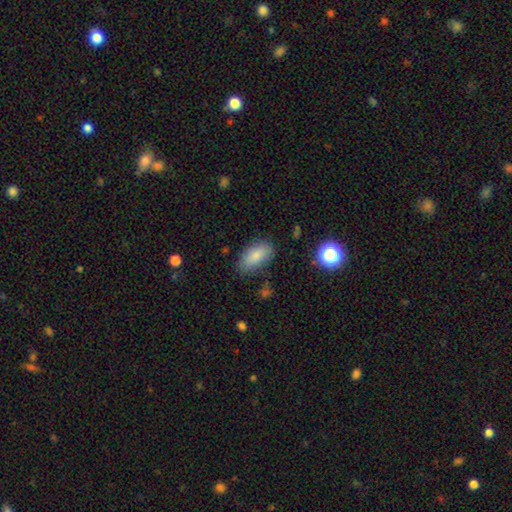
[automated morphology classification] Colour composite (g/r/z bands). It shows a smooth galaxy with no disk features (82%) that is in between round and cigar-shaped (91%). Merging: none (80%).